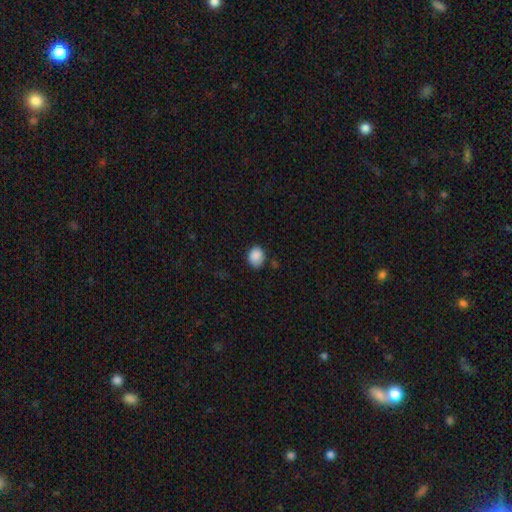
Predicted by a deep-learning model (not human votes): smooth 88%, star or artifact 8%, featured or disk 4%. Down the decision tree: how rounded — in between (54%); merging — none (72%).